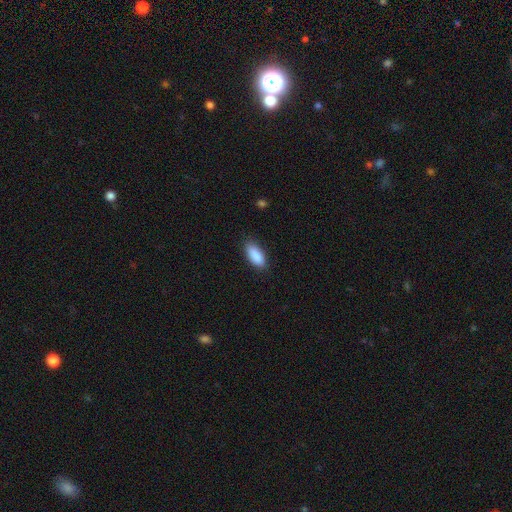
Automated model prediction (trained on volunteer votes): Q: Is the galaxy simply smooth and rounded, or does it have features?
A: smooth — 90%.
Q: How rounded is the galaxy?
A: in between — 83%.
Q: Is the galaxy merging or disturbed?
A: none — 85%.